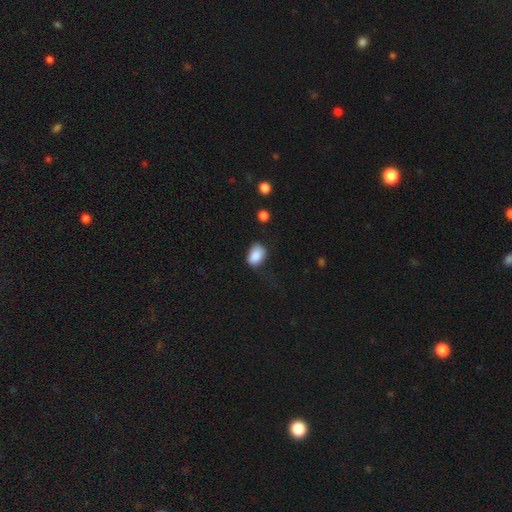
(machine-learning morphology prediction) This appears to be a smooth galaxy with no disk features (87%) that is in between round and cigar-shaped (82%). Merging: none (55%).